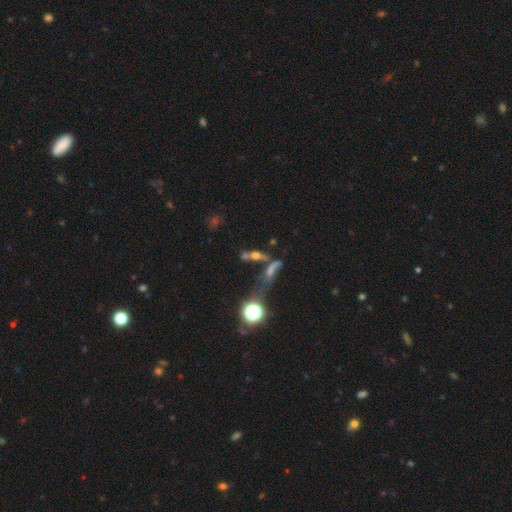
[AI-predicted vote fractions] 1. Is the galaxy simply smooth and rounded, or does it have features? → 41% smooth, 38% featured or disk, 22% star or artifact.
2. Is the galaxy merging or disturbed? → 39% none, 36% merger, 12% minor disturbance, 12% major disturbance.